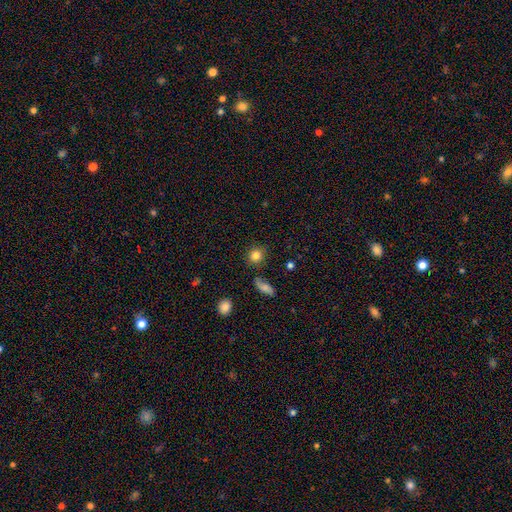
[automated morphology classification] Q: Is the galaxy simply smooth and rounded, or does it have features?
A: smooth — 83%.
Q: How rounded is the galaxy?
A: round — 86%.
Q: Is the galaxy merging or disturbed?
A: none — 83%.